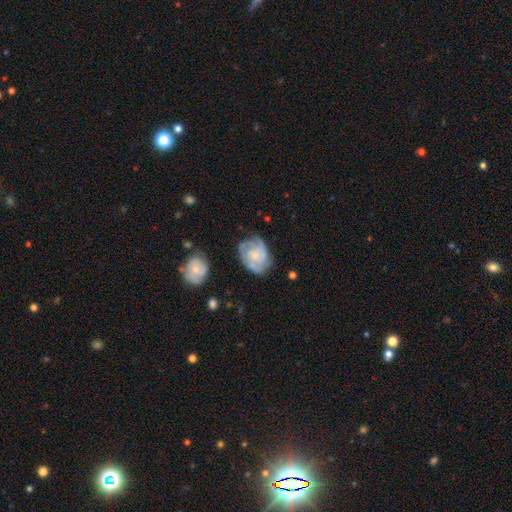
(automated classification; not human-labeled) featured or disk 66%, smooth 27%, star or artifact 7%. Down the decision tree: edge-on disk — no (98%); bar — no (73%); spiral arms — yes (80%); spiral arm count — can't tell (38%); spiral winding — tight (50%); bulge size — small (52%); merging — none (60%).